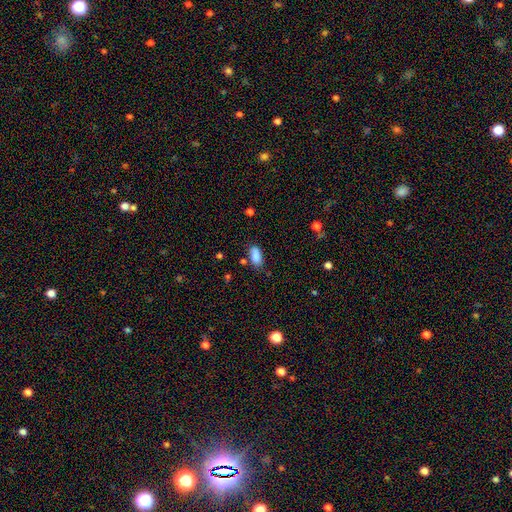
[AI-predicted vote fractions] This is clearly a smooth galaxy (87%). How rounded: clearly in between (91%). Merging: likely none (72%).